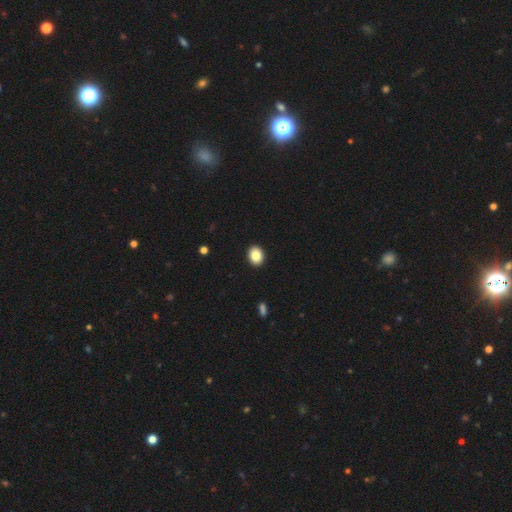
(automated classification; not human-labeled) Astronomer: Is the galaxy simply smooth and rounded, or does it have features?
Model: smooth — 85%.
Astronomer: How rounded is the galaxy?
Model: in between — 55% (runner-up: round, 44%).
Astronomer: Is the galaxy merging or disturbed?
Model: none — 92%.